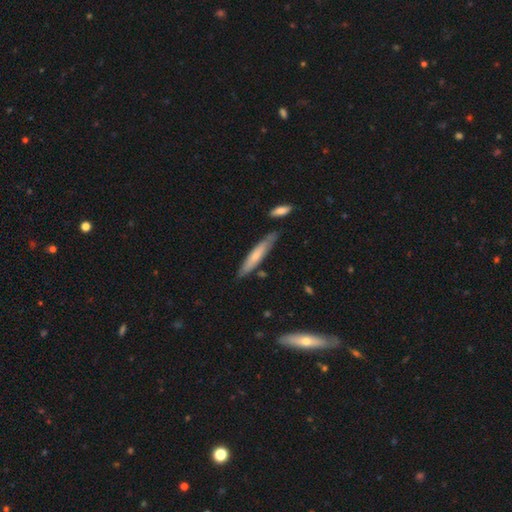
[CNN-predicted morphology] smooth_or_featured: smooth (p=0.56) [alt: featured or disk p=0.38]
how_rounded: cigar-shaped (p=0.88) [alt: in between p=0.11]
merging: none (p=0.77) [alt: minor disturbance p=0.15]